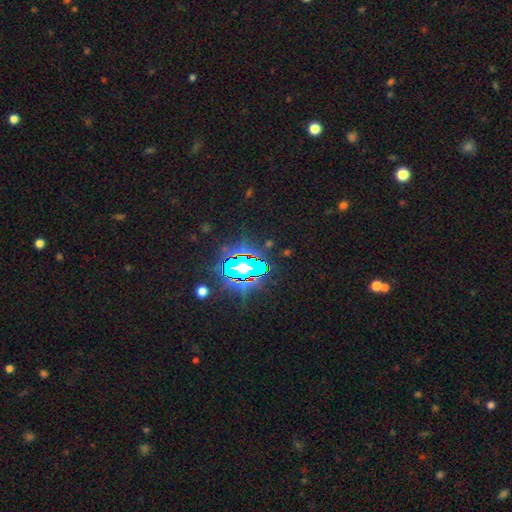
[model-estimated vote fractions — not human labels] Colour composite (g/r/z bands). It shows a star or artifact, not a galaxy (83%).